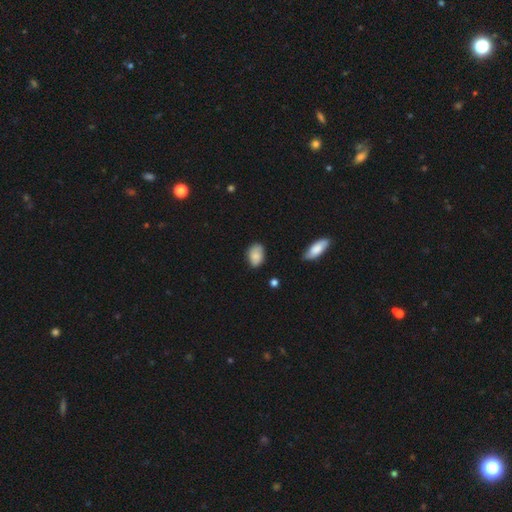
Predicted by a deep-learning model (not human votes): Q: Smooth or featured?
A: smooth (83%); runner-up: featured or disk (9%)
Q: How rounded?
A: in between (86%); runner-up: round (12%)
Q: Merging?
A: none (70%); runner-up: minor disturbance (24%)